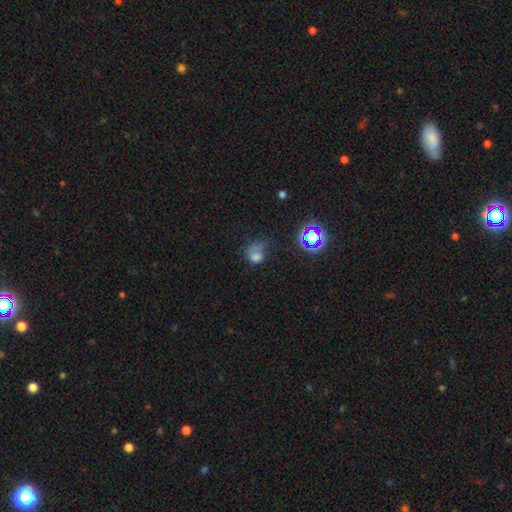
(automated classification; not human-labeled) A smooth galaxy with no disk features (56%) that is round (51%). Merging: major disturbance (44%).